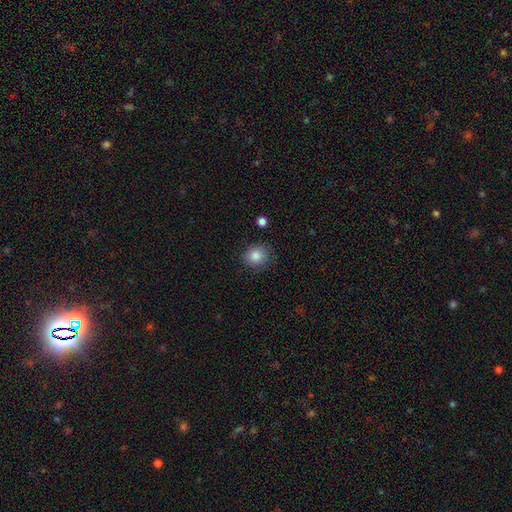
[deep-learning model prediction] smooth 85%, star or artifact 9%, featured or disk 6%. Down the decision tree: how rounded — round (77%); merging — none (81%).